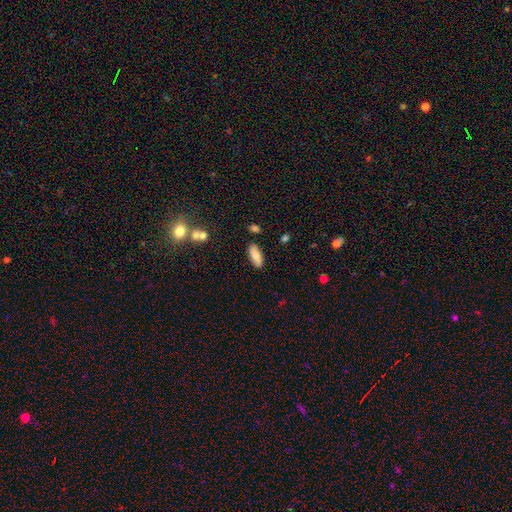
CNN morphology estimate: Smooth or featured? Predicted: smooth (p=0.77). How rounded? Predicted: in between (p=0.69). Merging? Predicted: none (p=0.84).